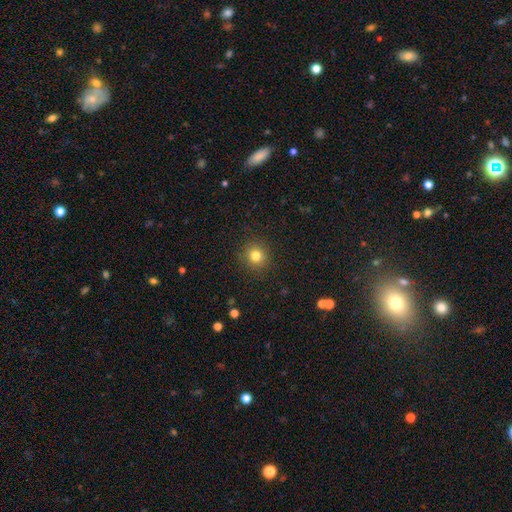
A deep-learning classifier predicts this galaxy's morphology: smooth 81%, star or artifact 13%, featured or disk 7%. Down the decision tree: how rounded — round (92%); merging — none (90%).